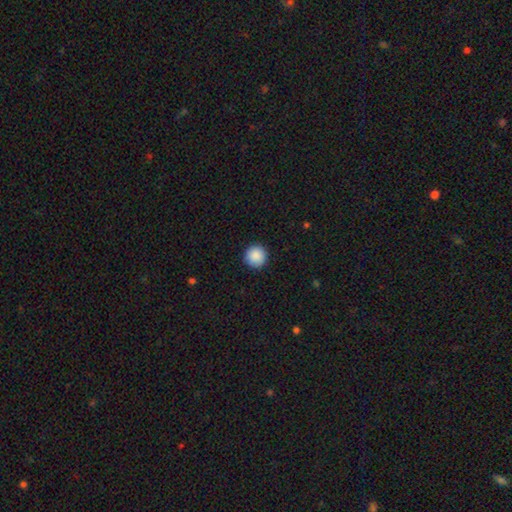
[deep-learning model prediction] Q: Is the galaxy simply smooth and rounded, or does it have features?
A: smooth — 89%.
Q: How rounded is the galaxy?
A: round — 96%.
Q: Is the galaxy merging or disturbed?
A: none — 92%.